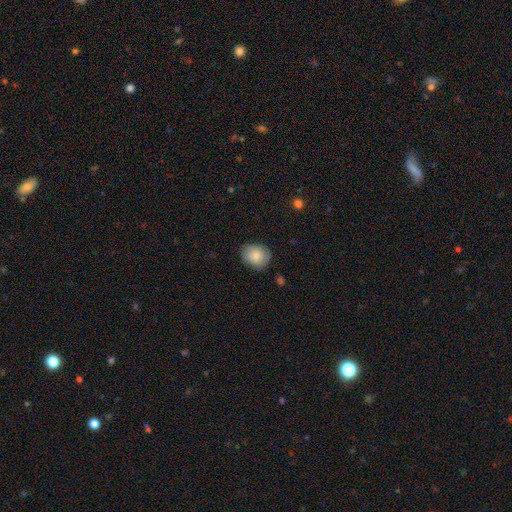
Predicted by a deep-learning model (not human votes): A smooth galaxy with no disk features (84%) that is round (57%). Merging: none (76%).